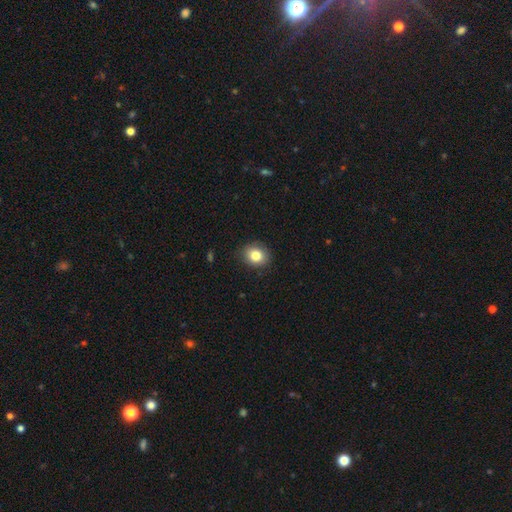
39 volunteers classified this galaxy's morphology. Overall: smooth (79%). How rounded: round (74%). Merging: none (81%).